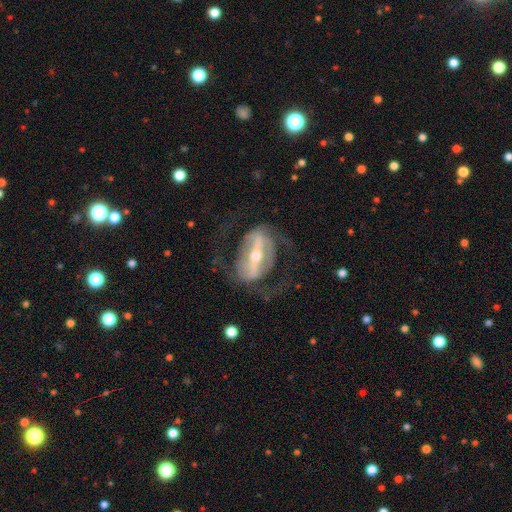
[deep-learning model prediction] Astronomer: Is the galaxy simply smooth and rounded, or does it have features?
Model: featured or disk — 86%.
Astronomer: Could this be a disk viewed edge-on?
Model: no — 86%.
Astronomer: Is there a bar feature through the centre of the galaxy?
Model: strong — 80%.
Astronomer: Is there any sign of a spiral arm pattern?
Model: yes — 76%.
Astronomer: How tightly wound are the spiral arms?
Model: medium — 46% (runner-up: loose, 29%).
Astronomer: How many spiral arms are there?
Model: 2 — 82%.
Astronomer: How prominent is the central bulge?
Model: small — 49% (runner-up: moderate, 45%).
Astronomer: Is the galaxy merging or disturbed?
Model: none — 61%.